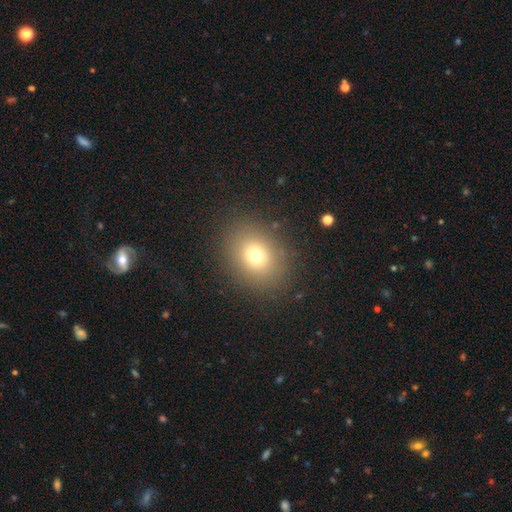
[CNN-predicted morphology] This is likely a smooth galaxy (73%). How rounded: possibly round (52%). Merging: clearly none (86%).